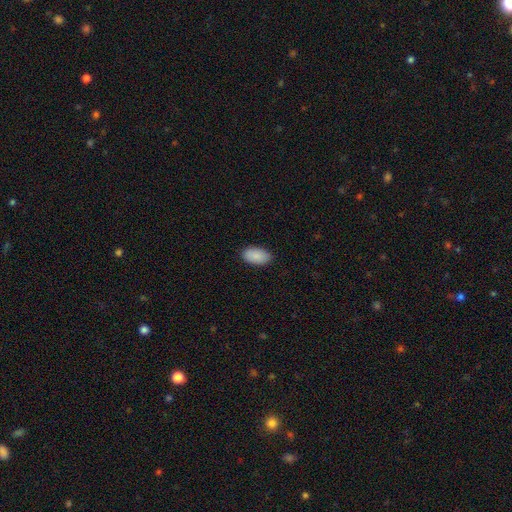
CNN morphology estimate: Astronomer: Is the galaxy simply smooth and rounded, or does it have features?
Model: smooth — 89%.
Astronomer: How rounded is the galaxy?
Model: in between — 95%.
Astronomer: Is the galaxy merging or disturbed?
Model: none — 88%.